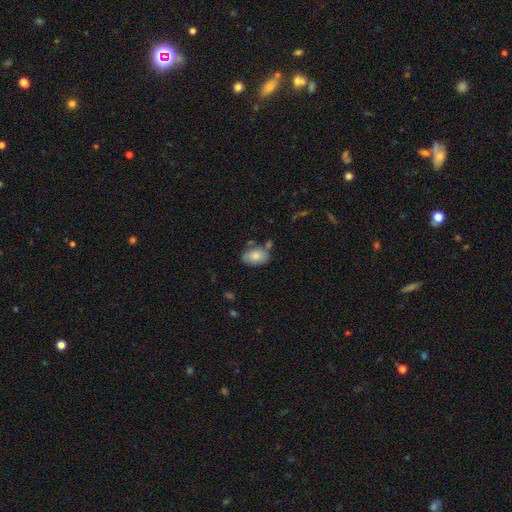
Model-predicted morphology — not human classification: smooth 78%, featured or disk 14%, star or artifact 7%. Down the decision tree: how rounded — in between (87%); merging — none (62%).